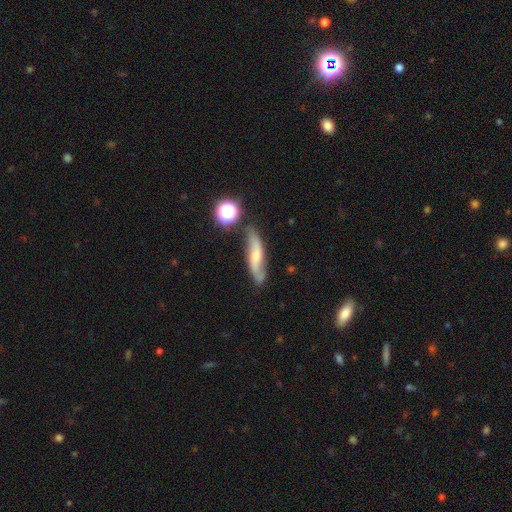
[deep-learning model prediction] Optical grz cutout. It shows a featured or disk galaxy (52%). Merging: none (70%).